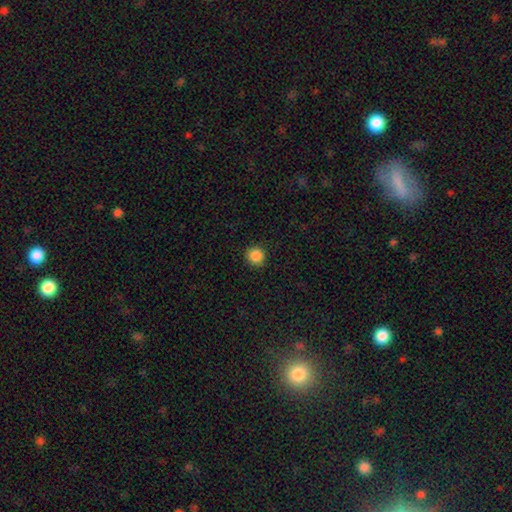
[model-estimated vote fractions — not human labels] This is clearly a smooth galaxy (87%). How rounded: clearly round (94%). Merging: clearly none (91%).